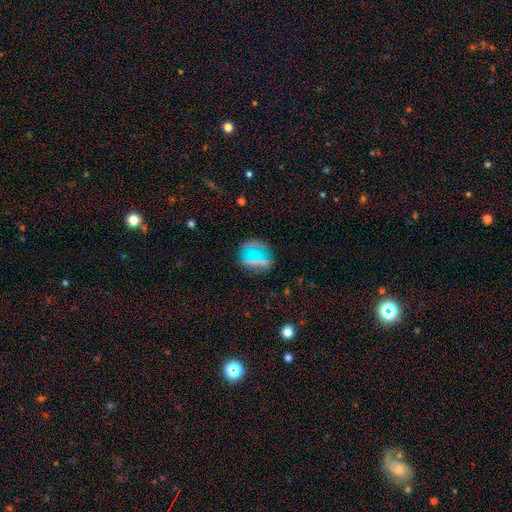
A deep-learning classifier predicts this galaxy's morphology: Smooth or featured?
  - smooth: 54% *
  - star or artifact: 28%
  - featured or disk: 18%
How rounded?
  - round: 73% *
  - in between: 23%
  - cigar-shaped: 4%
Merging?
  - none: 74% *
  - minor disturbance: 15%
  - major disturbance: 8%
  - merger: 4%